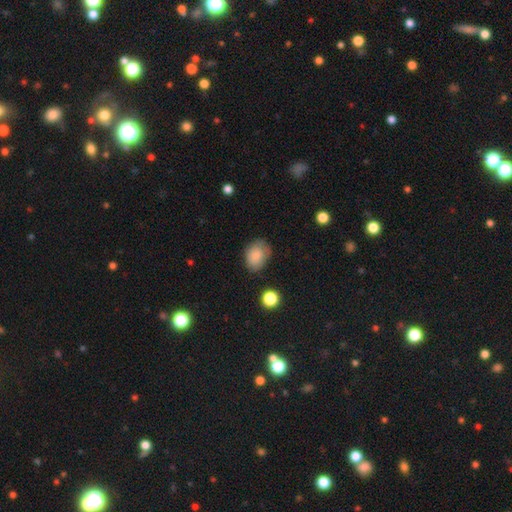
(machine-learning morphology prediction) Smooth or featured? Predicted: smooth (p=0.81). How rounded? Predicted: in between (p=0.67). Merging? Predicted: none (p=0.70).